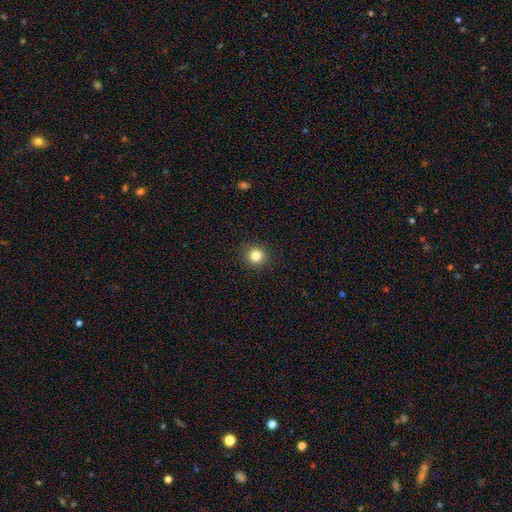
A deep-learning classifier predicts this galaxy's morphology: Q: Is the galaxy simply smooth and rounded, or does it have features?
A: smooth — 82%.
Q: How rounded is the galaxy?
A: round — 90%.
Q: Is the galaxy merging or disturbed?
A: none — 91%.